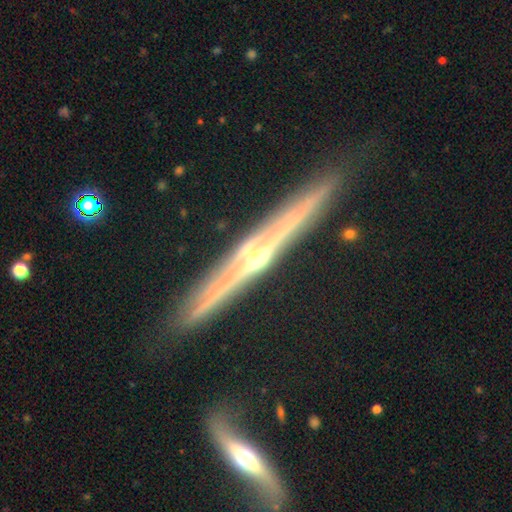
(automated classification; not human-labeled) The model was most divided on "smooth or featured": featured or disk: 85%, smooth: 8%, star or artifact: 7%. More confident: edge-on disk — yes (97%); merging — none (90%); edge-on bulge — rounded (88%).